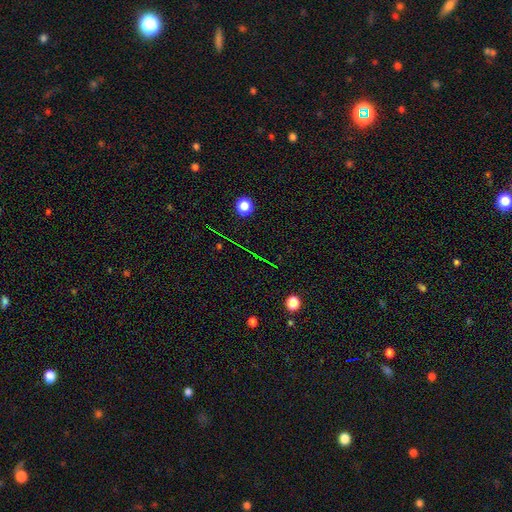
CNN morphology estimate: Smooth or featured? Predicted: star or artifact (p=0.70).